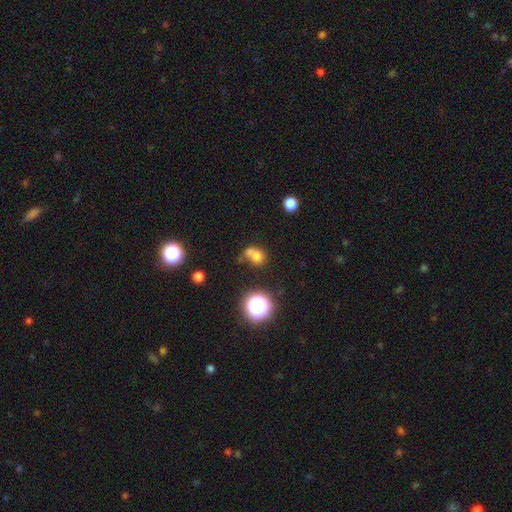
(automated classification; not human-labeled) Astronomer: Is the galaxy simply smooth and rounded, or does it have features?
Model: smooth — 70%.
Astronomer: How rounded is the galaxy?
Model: round — 66%.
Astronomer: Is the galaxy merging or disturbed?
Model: merger — 40% (runner-up: none, 37%).